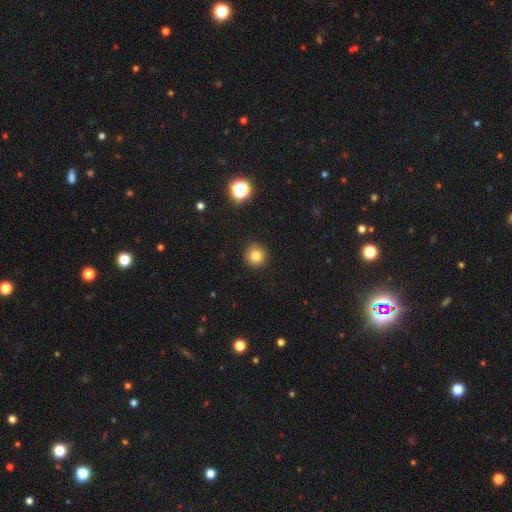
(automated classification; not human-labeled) Overall: smooth (82%). How rounded: round (94%). Merging: none (91%).